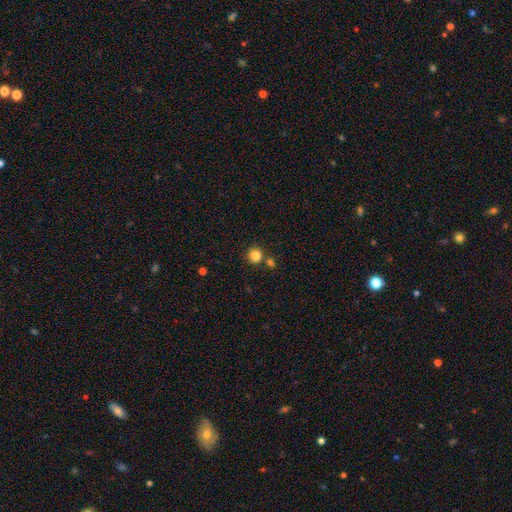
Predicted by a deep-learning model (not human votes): The model was most divided on "merging": none: 69%, merger: 18%, minor disturbance: 10%, major disturbance: 3%. More confident: how rounded — round (88%); smooth or featured — smooth (85%).